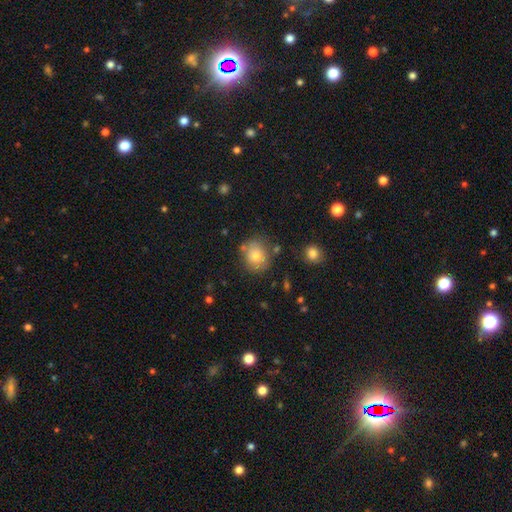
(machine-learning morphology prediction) Q: Smooth or featured?
A: smooth (76%); runner-up: featured or disk (14%)
Q: How rounded?
A: round (72%); runner-up: in between (27%)
Q: Merging?
A: none (77%); runner-up: minor disturbance (14%)